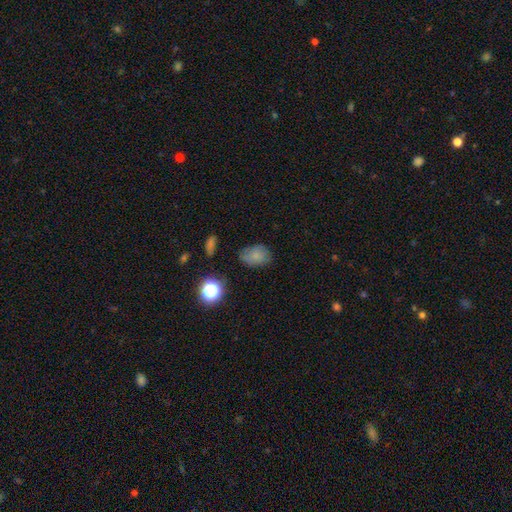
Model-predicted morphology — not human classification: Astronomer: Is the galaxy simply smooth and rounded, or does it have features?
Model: smooth — 75%.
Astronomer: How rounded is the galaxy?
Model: in between — 71%.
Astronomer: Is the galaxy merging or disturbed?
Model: none — 64%.